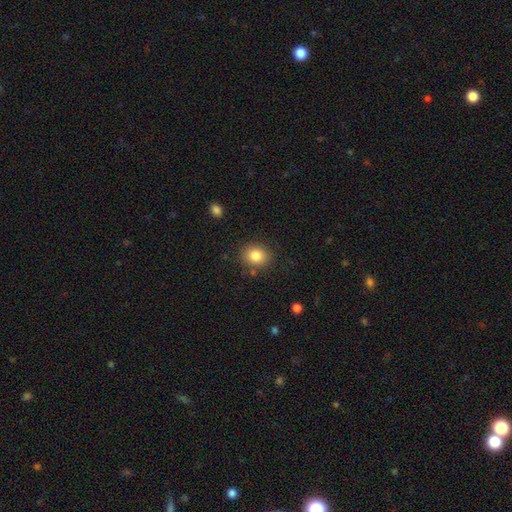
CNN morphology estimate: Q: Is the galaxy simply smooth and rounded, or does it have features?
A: smooth — 83%.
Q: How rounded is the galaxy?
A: round — 66%.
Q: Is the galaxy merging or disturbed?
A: none — 85%.